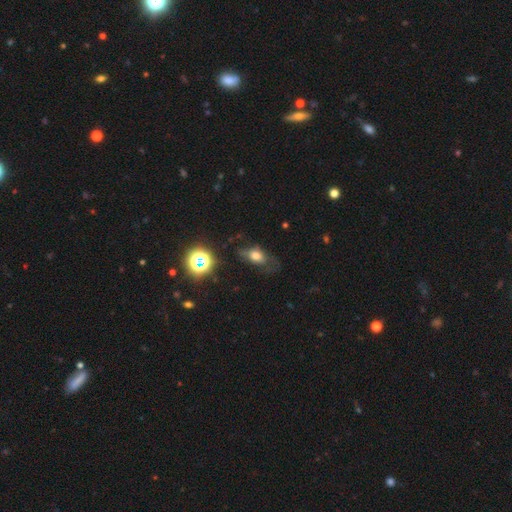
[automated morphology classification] Q: Smooth or featured?
A: smooth (63%); runner-up: featured or disk (23%)
Q: How rounded?
A: in between (78%); runner-up: round (17%)
Q: Merging?
A: none (46%); runner-up: minor disturbance (28%)